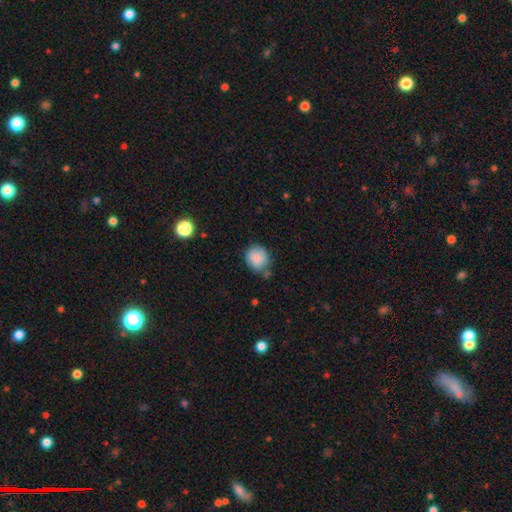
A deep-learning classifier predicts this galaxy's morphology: This appears to be a smooth galaxy with no disk features (86%) that is round (76%). Merging: none (67%).